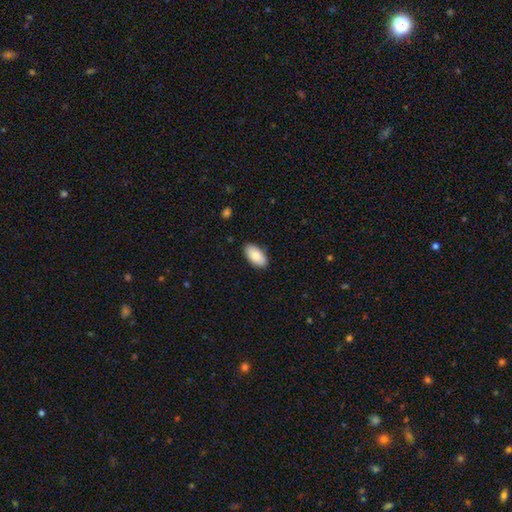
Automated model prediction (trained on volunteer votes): Smooth or featured? Predicted: smooth (p=0.83). How rounded? Predicted: in between (p=0.95). Merging? Predicted: none (p=0.87).